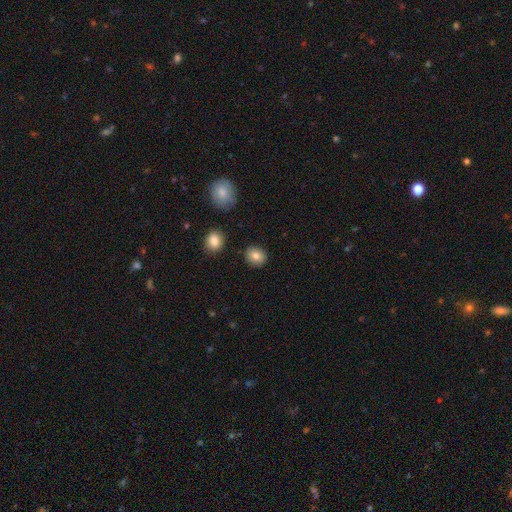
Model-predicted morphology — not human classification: smooth-or-featured: smooth: 83% | star or artifact: 9% | featured or disk: 7%
  how-rounded: round: 79% | in between: 20% | cigar-shaped: 1%
  merging: none: 89% | minor disturbance: 7% | merger: 2% | major disturbance: 2%